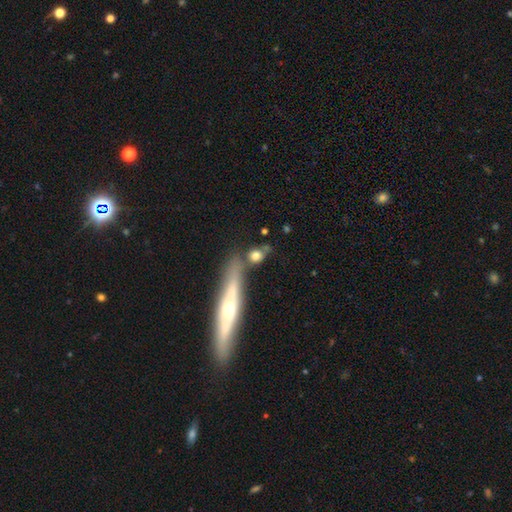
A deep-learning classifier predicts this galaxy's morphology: The model was most divided on "how rounded": round: 49%, in between: 35%, cigar-shaped: 16%. More confident: smooth or featured — smooth (72%); merging — none (57%).